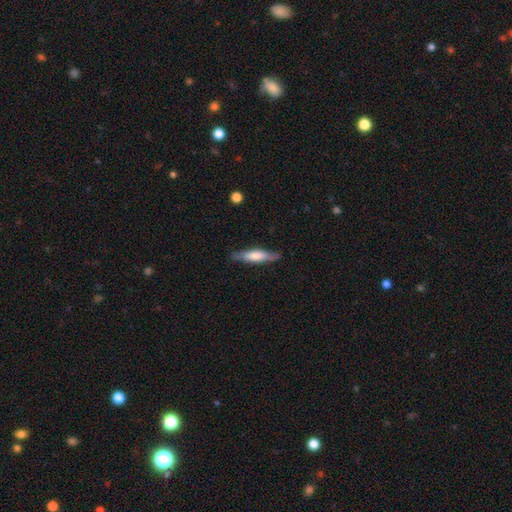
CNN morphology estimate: A smooth galaxy with no disk features (56%) that is cigar-shaped (81%). Merging: none (85%).